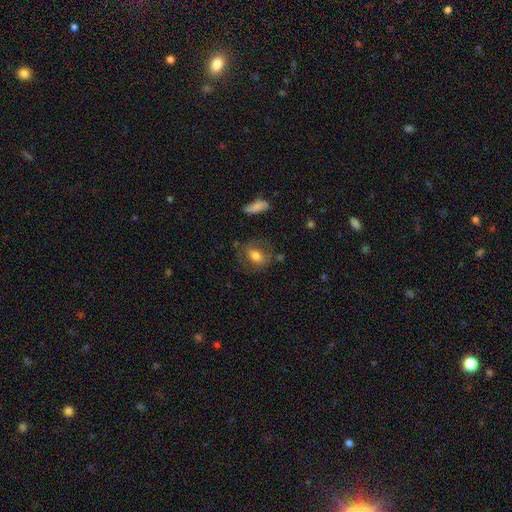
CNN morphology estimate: smooth-or-featured: smooth: 62% | featured or disk: 29% | star or artifact: 9%
  how-rounded: in between: 70% | round: 27% | cigar-shaped: 3%
  merging: none: 62% | minor disturbance: 21% | major disturbance: 13% | merger: 4%